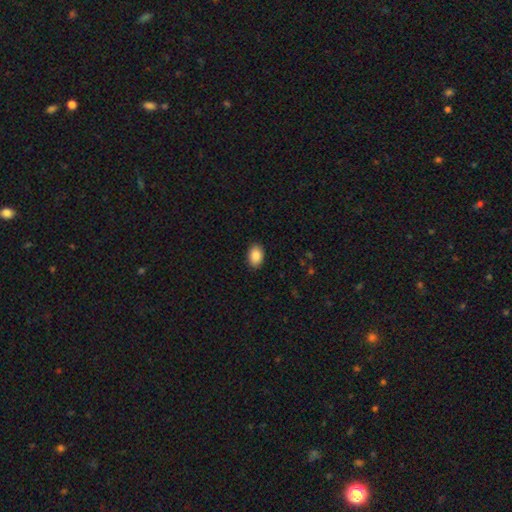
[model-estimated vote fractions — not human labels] This is clearly a smooth galaxy (89%). How rounded: clearly in between (84%). Merging: clearly none (89%).